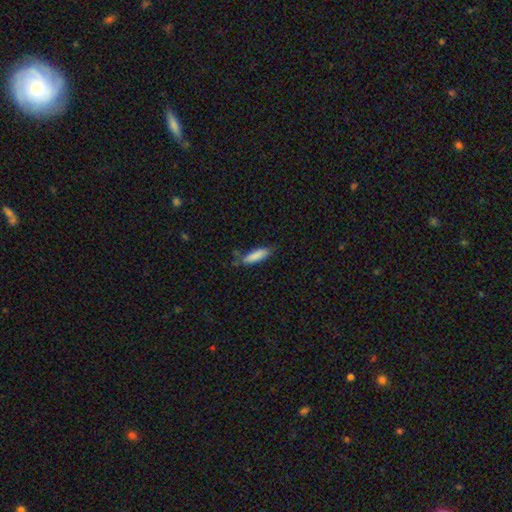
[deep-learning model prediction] Smooth or featured: smooth — 85% (featured or disk — 8%)
How rounded: cigar-shaped — 64% (in between — 34%)
Merging: none — 68% (minor disturbance — 23%)